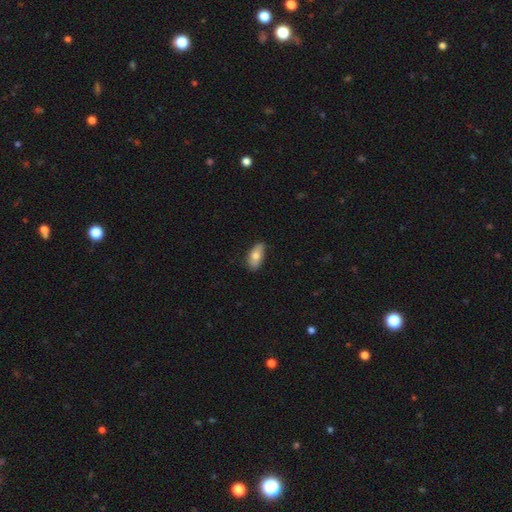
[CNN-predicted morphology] A smooth galaxy with no disk features (74%) that is in between round and cigar-shaped (91%).

Vote fractions:
- Smooth or featured? smooth: 74% / featured or disk: 19% / star or artifact: 7%
- How rounded? in between: 91% / cigar-shaped: 5% / round: 4%
- Merging? none: 77% / minor disturbance: 19% / major disturbance: 3% / merger: 1%